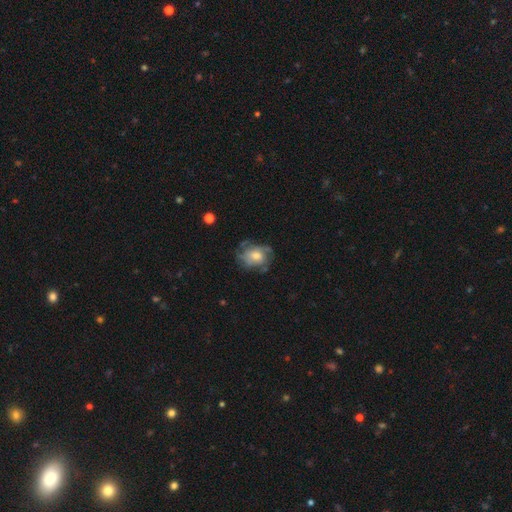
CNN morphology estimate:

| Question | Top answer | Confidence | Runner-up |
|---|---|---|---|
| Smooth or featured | featured or disk | 60% | smooth (30%) |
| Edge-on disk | no | 97% | yes (3%) |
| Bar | no | 74% | weak (23%) |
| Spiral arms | yes | 75% | no (25%) |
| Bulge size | moderate | 57% | small (25%) |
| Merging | none | 60% | minor disturbance (23%) |